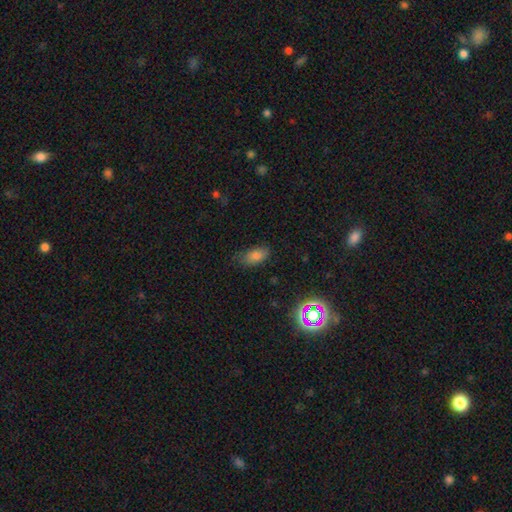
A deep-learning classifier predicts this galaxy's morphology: smooth_or_featured: smooth (p=0.77) [alt: star or artifact p=0.15]
how_rounded: in between (p=0.89) [alt: cigar-shaped p=0.06]
merging: none (p=0.71) [alt: minor disturbance p=0.22]